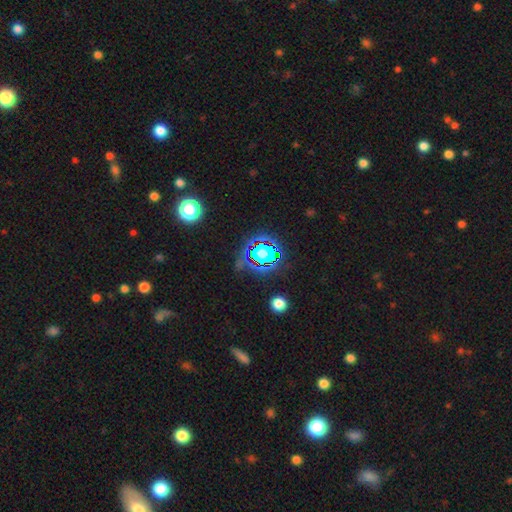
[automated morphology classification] Q: Smooth or featured?
A: star or artifact (78%); runner-up: smooth (14%)